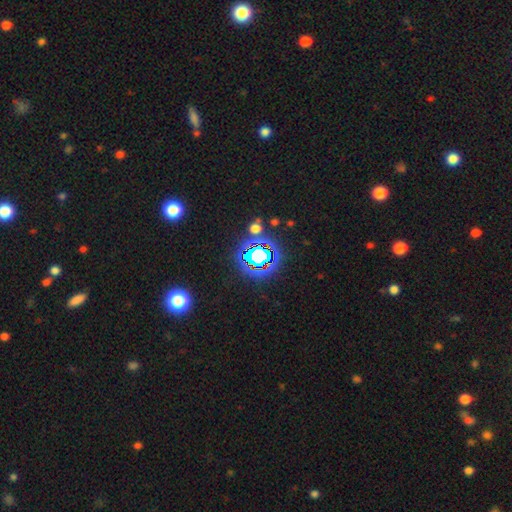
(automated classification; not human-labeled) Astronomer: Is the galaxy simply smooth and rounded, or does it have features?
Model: star or artifact — 71%.